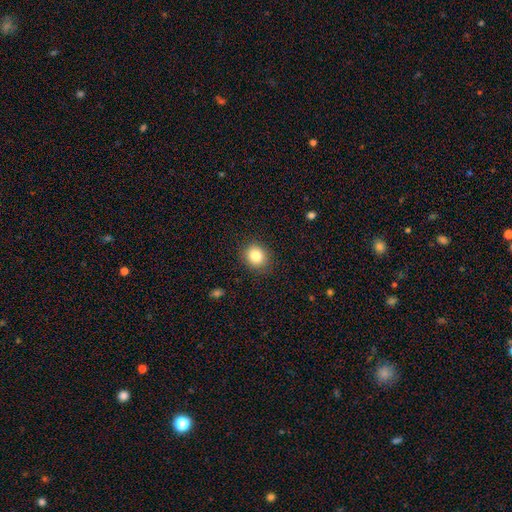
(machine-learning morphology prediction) Smooth or featured? smooth (83%)
How rounded? round (71%)
Merging? none (88%)